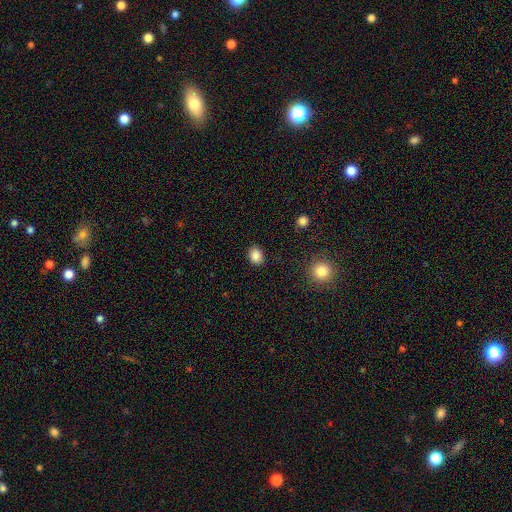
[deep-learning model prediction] smooth_or_featured: smooth (p=0.86) [alt: star or artifact p=0.10]
how_rounded: in between (p=0.53) [alt: round p=0.46]
merging: none (p=0.88) [alt: minor disturbance p=0.08]